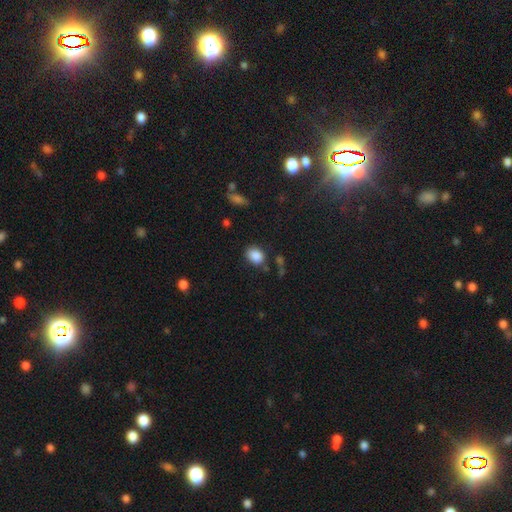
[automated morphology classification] Smooth or featured? Predicted: smooth (p=0.87). How rounded? Predicted: in between (p=0.65). Merging? Predicted: none (p=0.75).